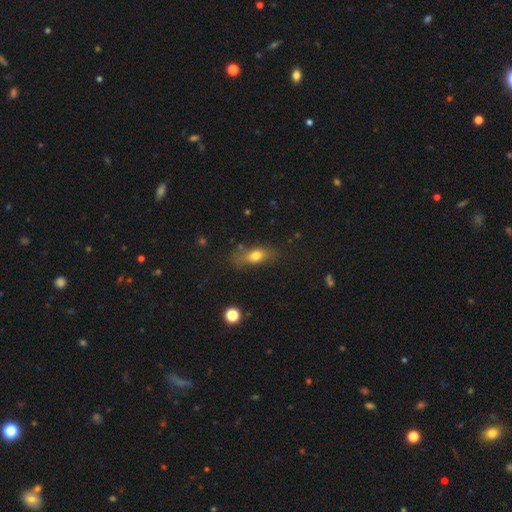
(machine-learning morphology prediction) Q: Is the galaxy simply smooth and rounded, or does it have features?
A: smooth — 72%.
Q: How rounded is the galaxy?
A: in between — 72%.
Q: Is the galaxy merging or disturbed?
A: none — 67%.